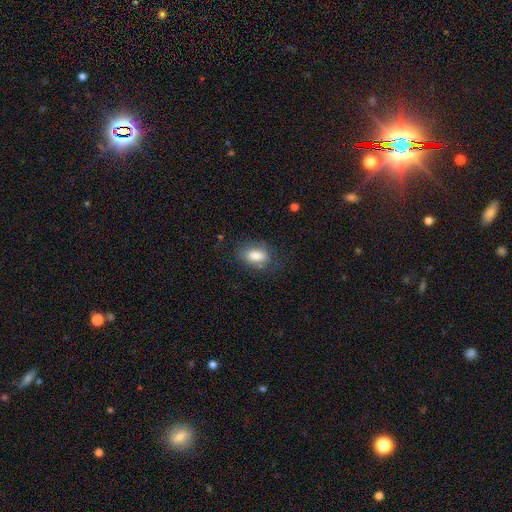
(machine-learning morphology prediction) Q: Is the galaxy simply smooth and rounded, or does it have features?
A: smooth — 81%.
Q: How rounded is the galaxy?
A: in between — 87%.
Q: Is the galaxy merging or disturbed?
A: none — 69%.